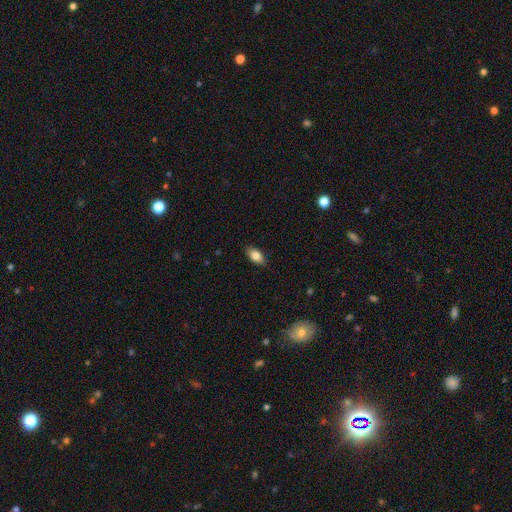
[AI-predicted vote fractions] Smooth or featured? smooth (83%)
How rounded? in between (90%)
Merging? none (86%)